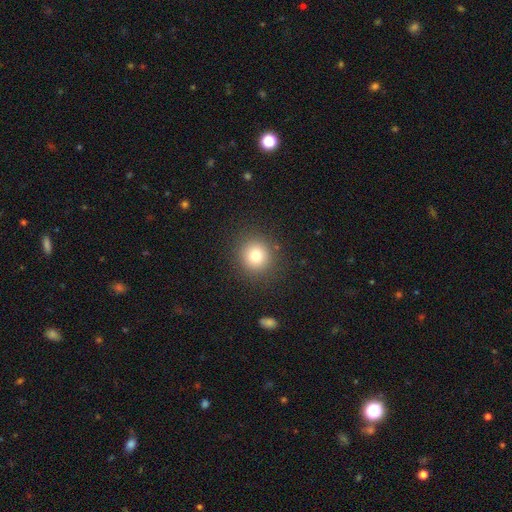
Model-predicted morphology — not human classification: Smooth or featured? Predicted: smooth (p=0.79). How rounded? Predicted: round (p=0.92). Merging? Predicted: none (p=0.89).